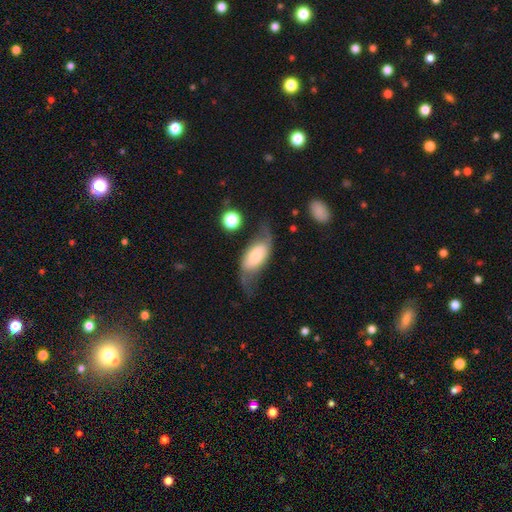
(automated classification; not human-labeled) smooth_or_featured: featured or disk (p=0.49) [alt: smooth p=0.43]
merging: none (p=0.46) [alt: minor disturbance p=0.26]